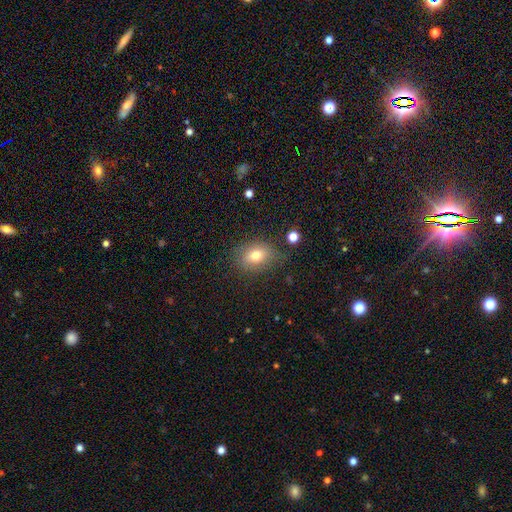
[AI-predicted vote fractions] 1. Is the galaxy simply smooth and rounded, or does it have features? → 74% smooth, 15% featured or disk, 11% star or artifact.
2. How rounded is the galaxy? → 70% in between, 28% round, 2% cigar-shaped.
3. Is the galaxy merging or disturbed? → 74% none, 18% minor disturbance, 6% major disturbance, 3% merger.